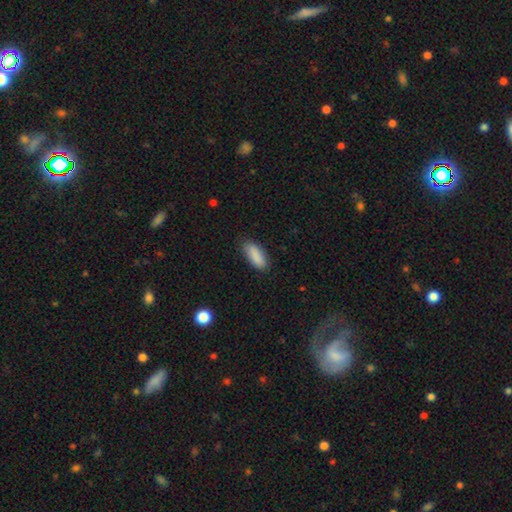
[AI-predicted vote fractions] Overall: smooth (89%). How rounded: in between (75%). Merging: none (81%).